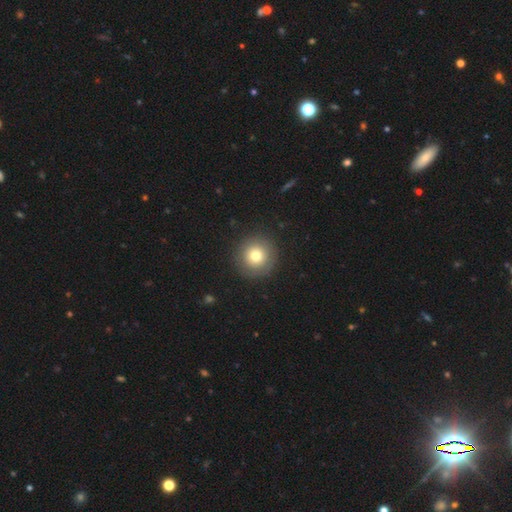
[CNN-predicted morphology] A smooth galaxy with no disk features (75%) that is round (96%).

Vote fractions:
- Smooth or featured? smooth: 75% / featured or disk: 14% / star or artifact: 10%
- How rounded? round: 96% / in between: 3% / cigar-shaped: 1%
- Merging? none: 90% / minor disturbance: 7% / major disturbance: 3% / merger: 1%